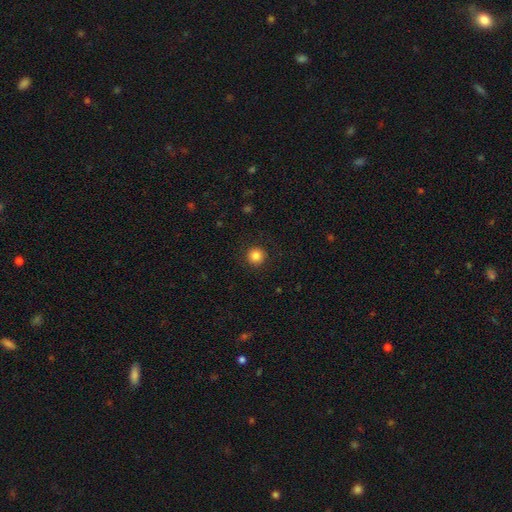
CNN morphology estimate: A smooth galaxy with no disk features (84%) that is round (95%).

Vote fractions:
- Smooth or featured? smooth: 84% / star or artifact: 11% / featured or disk: 5%
- How rounded? round: 95% / in between: 4% / cigar-shaped: 1%
- Merging? none: 92% / minor disturbance: 5% / major disturbance: 2% / merger: 1%